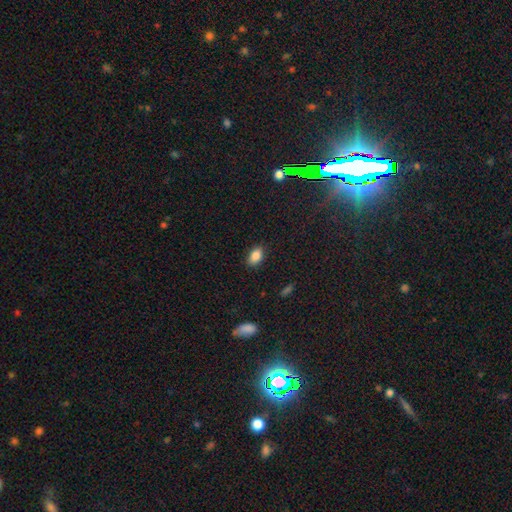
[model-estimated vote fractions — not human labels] Overall: smooth (86%). How rounded: in between (87%). Merging: none (86%).